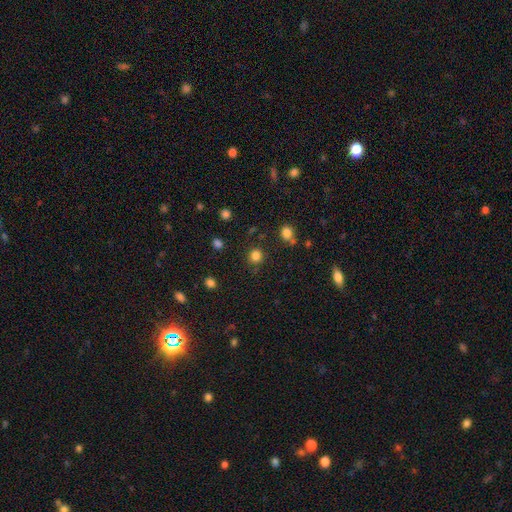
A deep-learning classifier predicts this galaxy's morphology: type=smooth (82%); roundness=round (93%); merging=none (85%).